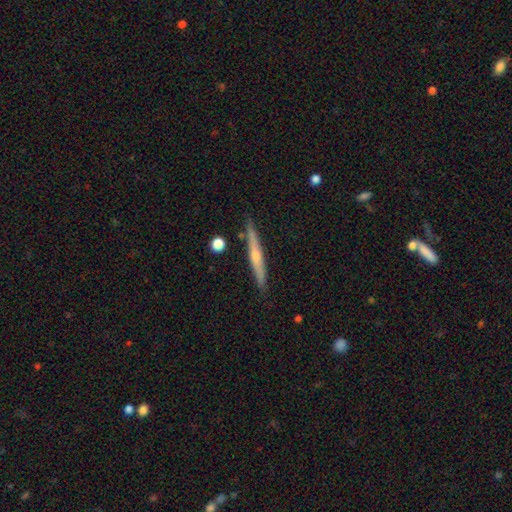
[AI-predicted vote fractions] Smooth or featured: featured or disk — 70% (smooth — 23%)
Edge-on disk: yes — 97% (no — 3%)
Edge-on bulge: rounded — 81% (none — 14%)
Merging: none — 88% (minor disturbance — 9%)